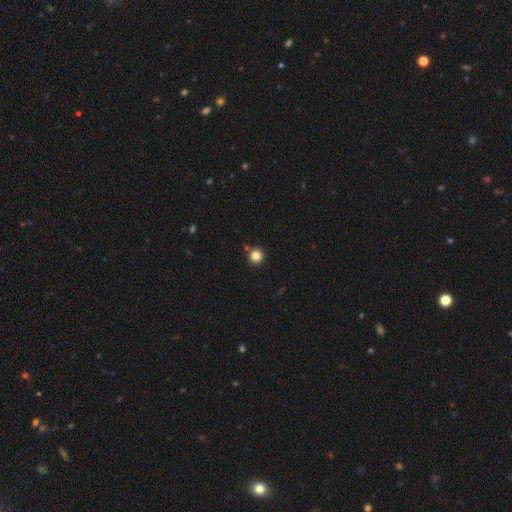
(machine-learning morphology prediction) A smooth galaxy with no disk features (84%) that is round (95%).

Vote fractions:
- Smooth or featured? smooth: 84% / star or artifact: 12% / featured or disk: 4%
- How rounded? round: 95% / in between: 4% / cigar-shaped: 1%
- Merging? none: 85% / minor disturbance: 7% / merger: 6% / major disturbance: 2%